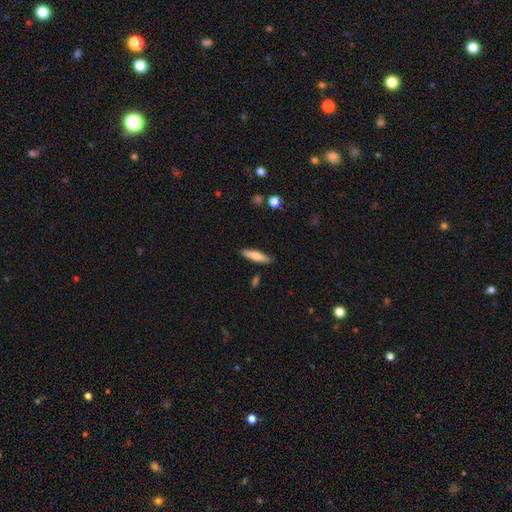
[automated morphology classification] The model was most divided on "smooth or featured": smooth: 70%, featured or disk: 24%, star or artifact: 6%. More confident: merging — none (86%); how rounded — cigar-shaped (74%).